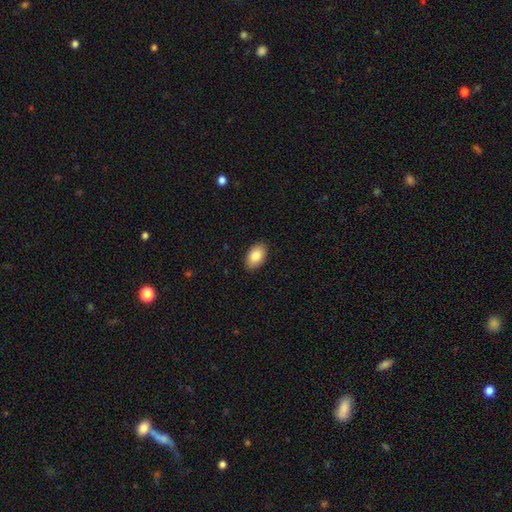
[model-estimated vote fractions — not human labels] The model was most divided on "smooth or featured": smooth: 84%, featured or disk: 9%, star or artifact: 7%. More confident: how rounded — in between (93%); merging — none (90%).